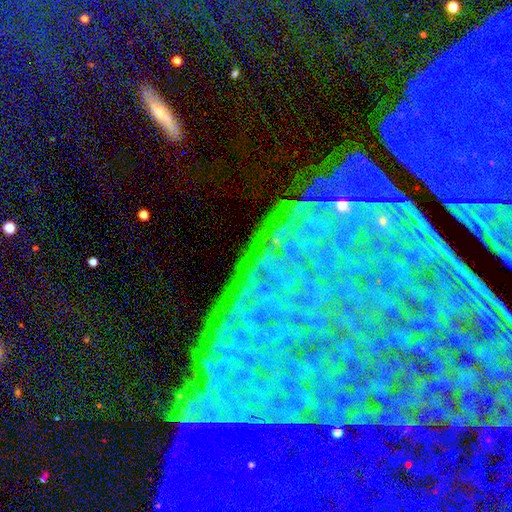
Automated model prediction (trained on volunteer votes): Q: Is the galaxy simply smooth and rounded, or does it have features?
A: star or artifact — 80%.